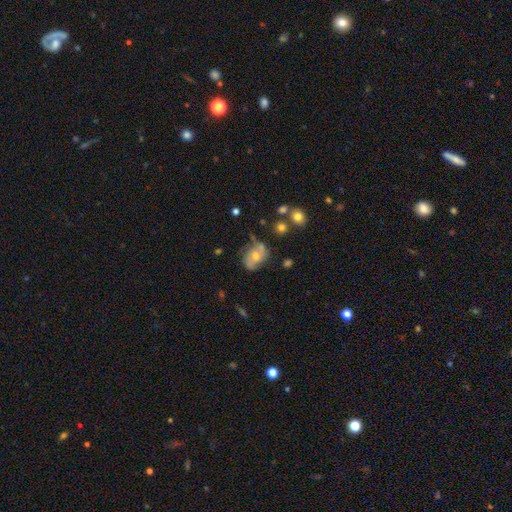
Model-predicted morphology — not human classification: smooth_or_featured: featured or disk (p=0.58) [alt: smooth p=0.33]
disk_edge_on: no (p=0.96) [alt: yes p=0.04]
bar: no (p=0.60) [alt: weak p=0.31]
has_spiral_arms: yes (p=0.76) [alt: no p=0.24]
bulge_size: moderate (p=0.59) [alt: small p=0.32]
merging: none (p=0.52) [alt: minor disturbance p=0.28]